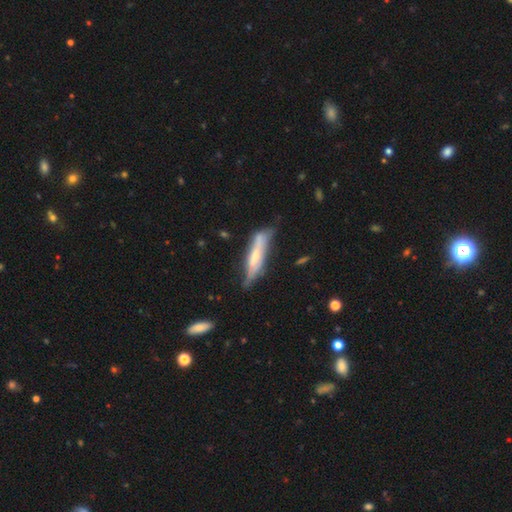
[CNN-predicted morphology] This appears to be a featured or disk galaxy (49%). Merging: none (53%).